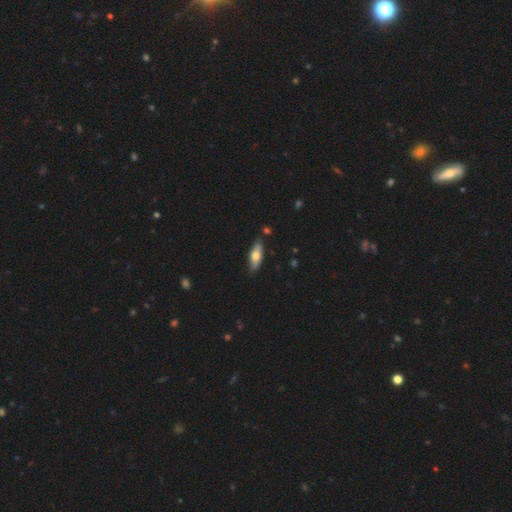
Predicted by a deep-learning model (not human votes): Overall: smooth (59%; featured or disk 36%). How rounded: in between (56%; cigar-shaped 41%). Merging: none (83%).